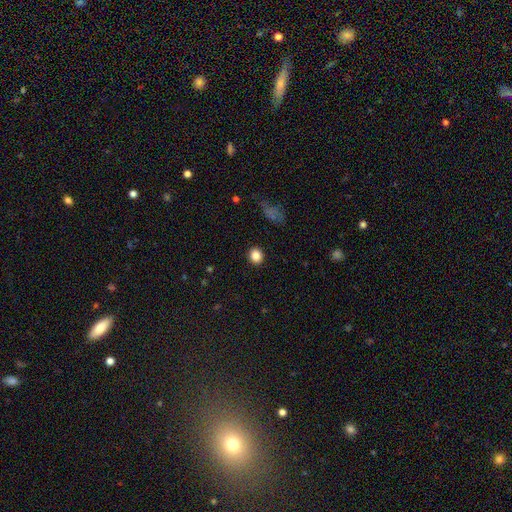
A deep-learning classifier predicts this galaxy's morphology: A smooth galaxy with no disk features (84%) that is round (73%). Merging: none (91%).